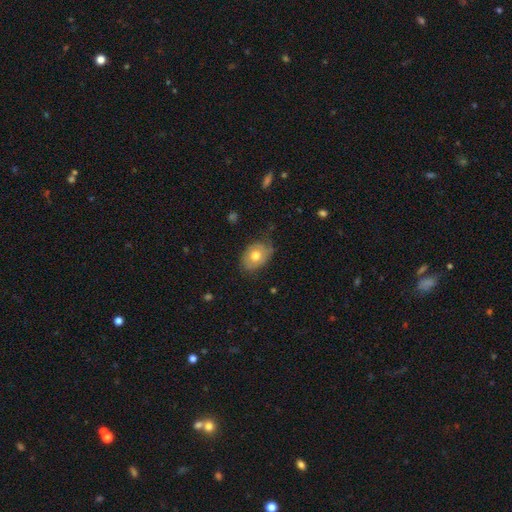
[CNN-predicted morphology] smooth 67%, featured or disk 26%, star or artifact 7%. Down the decision tree: how rounded — in between (78%); merging — none (65%).